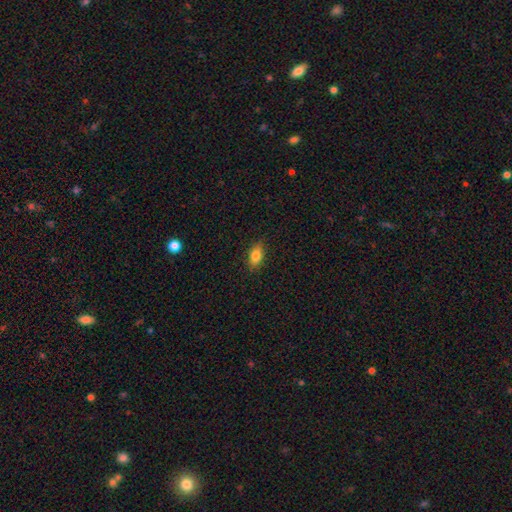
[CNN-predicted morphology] type=smooth (80%); roundness=in between (84%); merging=none (84%).